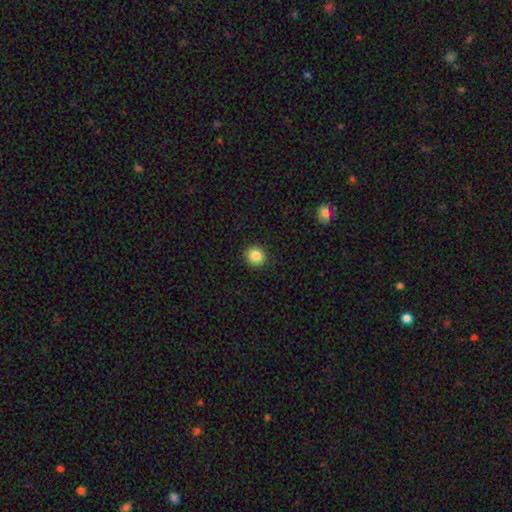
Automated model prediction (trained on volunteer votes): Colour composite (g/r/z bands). It shows a smooth galaxy with no disk features (86%) that is round (88%). Merging: none (92%).